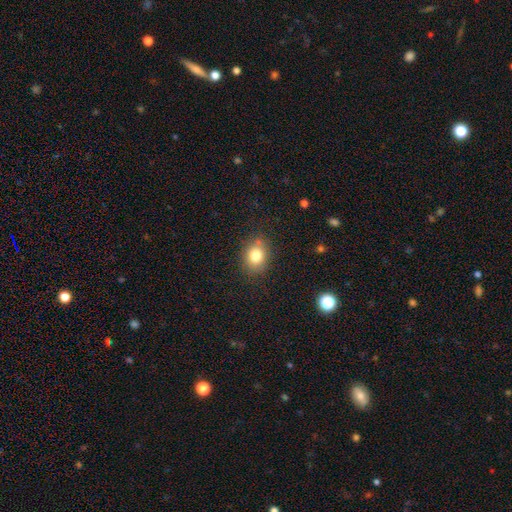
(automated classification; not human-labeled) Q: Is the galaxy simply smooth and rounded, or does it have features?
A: smooth — 80%.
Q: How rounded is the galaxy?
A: round — 50%.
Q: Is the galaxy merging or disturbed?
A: none — 81%.